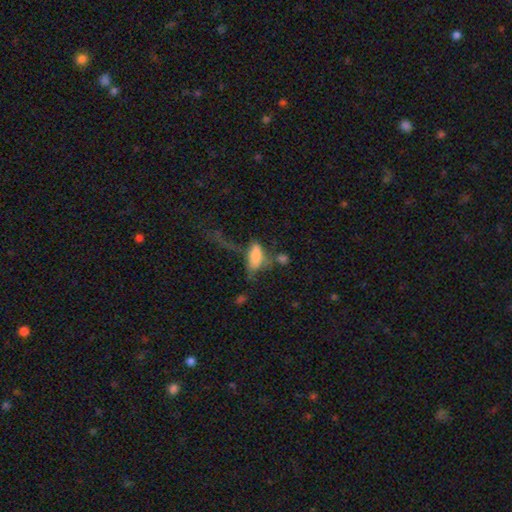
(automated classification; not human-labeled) The model was most divided on "merging": major disturbance: 44%, none: 23%, minor disturbance: 18%, merger: 15%. More confident: how rounded — in between (79%); smooth or featured — smooth (64%).